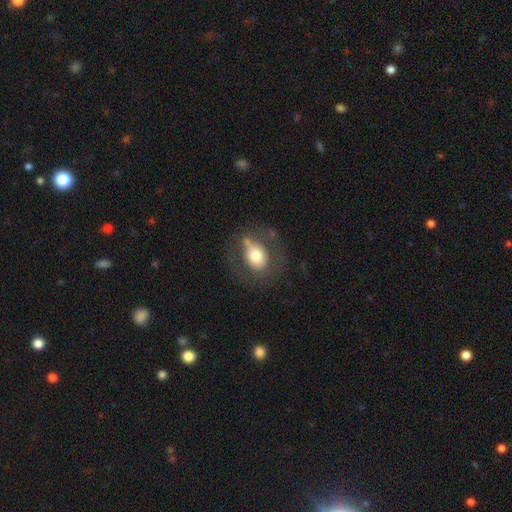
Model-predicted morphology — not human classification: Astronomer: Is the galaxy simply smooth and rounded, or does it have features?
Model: smooth — 60%.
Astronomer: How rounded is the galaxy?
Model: in between — 62%.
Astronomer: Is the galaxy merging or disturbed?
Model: none — 60%.